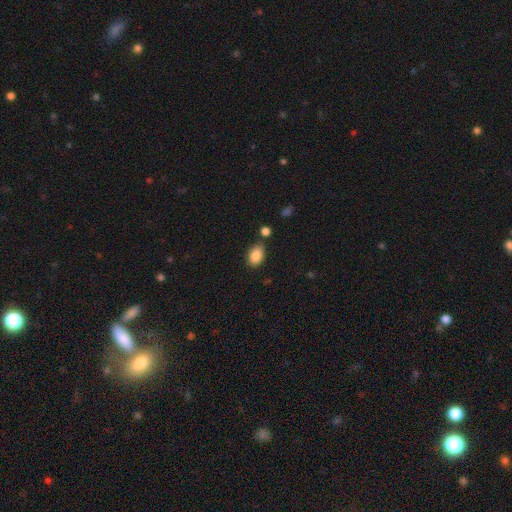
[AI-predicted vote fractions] smooth-or-featured: smooth: 87% | star or artifact: 8% | featured or disk: 5%
  how-rounded: in between: 87% | round: 11% | cigar-shaped: 1%
  merging: none: 74% | minor disturbance: 15% | merger: 8% | major disturbance: 4%